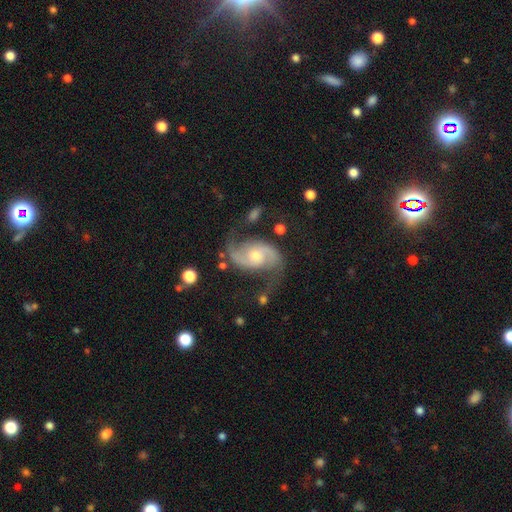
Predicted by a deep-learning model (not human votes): A featured or disk galaxy (90%) with no bar (60%), 2 (93%) medium (48%) spiral arms (98%) and a moderate central bulge (53%). Merging: none (70%).